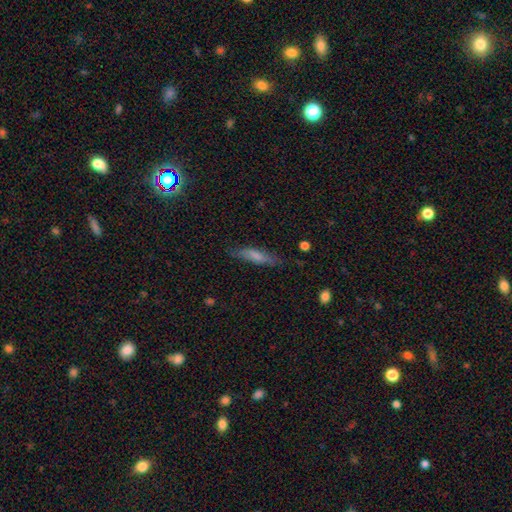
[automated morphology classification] A smooth galaxy with no disk features (69%) that is cigar-shaped (78%). Merging: none (78%).